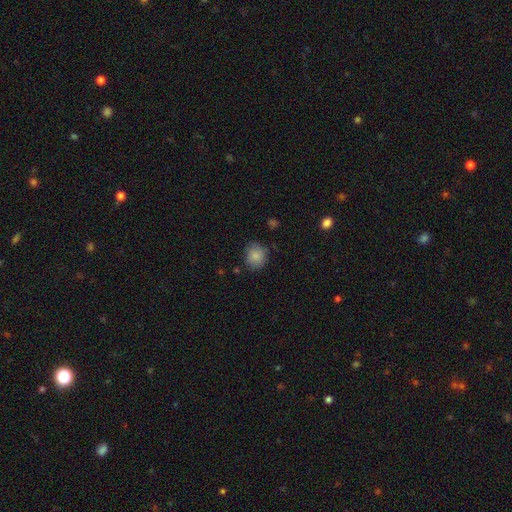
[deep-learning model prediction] Smooth or featured? Predicted: smooth (p=0.85). How rounded? Predicted: round (p=0.76). Merging? Predicted: none (p=0.78).